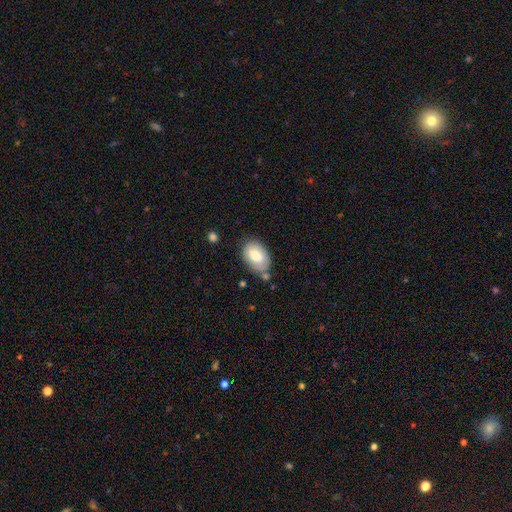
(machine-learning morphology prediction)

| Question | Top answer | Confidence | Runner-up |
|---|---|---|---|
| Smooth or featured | smooth | 77% | featured or disk (17%) |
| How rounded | in between | 89% | round (10%) |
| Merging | none | 69% | minor disturbance (20%) |